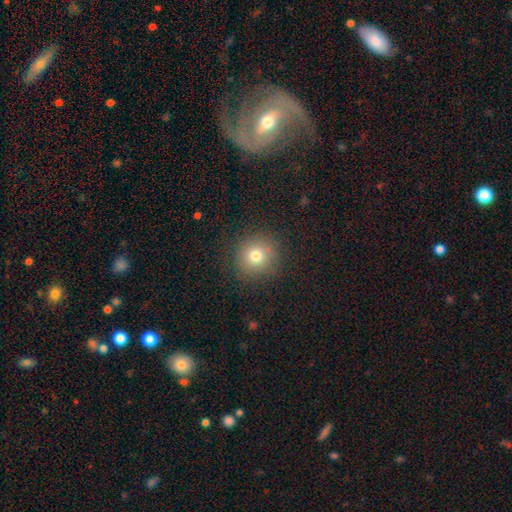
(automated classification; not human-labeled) Smooth or featured?
  - smooth: 76% *
  - star or artifact: 14%
  - featured or disk: 10%
How rounded?
  - round: 93% *
  - in between: 6%
  - cigar-shaped: 1%
Merging?
  - none: 88% *
  - minor disturbance: 8%
  - major disturbance: 3%
  - merger: 1%